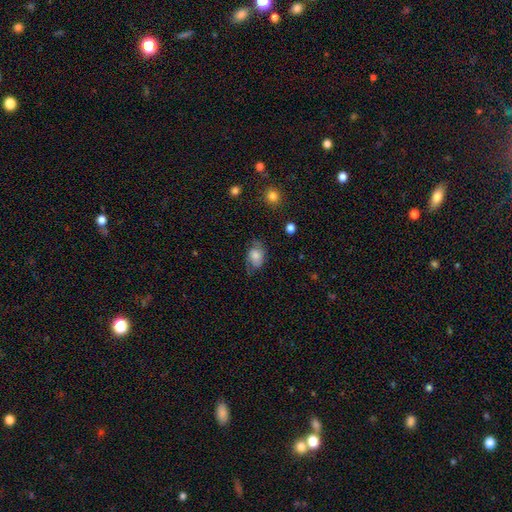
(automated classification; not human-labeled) Overall: smooth (52%; featured or disk 39%). How rounded: in between (74%). Merging: none (57%; minor disturbance 28%).